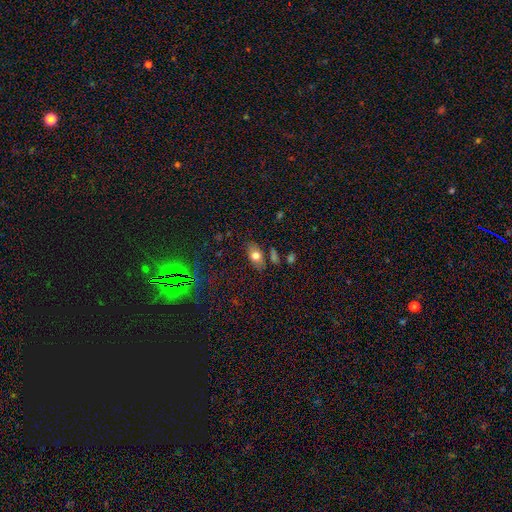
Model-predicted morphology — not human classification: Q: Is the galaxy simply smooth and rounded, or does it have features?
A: smooth — 74%.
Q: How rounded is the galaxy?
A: in between — 87%.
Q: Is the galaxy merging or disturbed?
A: none — 76%.